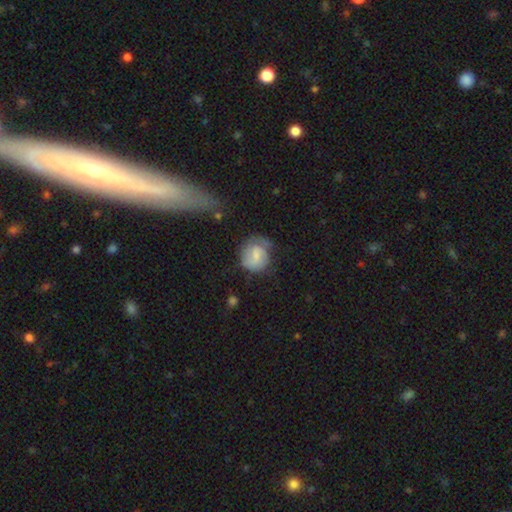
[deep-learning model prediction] smooth 49%, featured or disk 44%, star or artifact 7%. Down the decision tree: merging — none (53%).